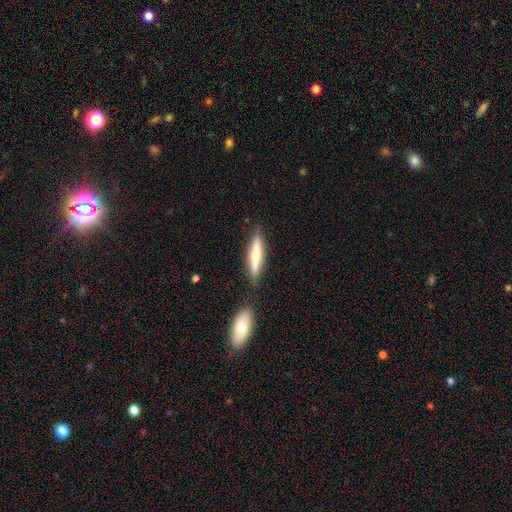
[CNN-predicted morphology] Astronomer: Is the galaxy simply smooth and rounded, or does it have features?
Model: smooth — 60%.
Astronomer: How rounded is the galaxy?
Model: cigar-shaped — 86%.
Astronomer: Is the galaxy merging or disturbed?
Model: none — 77%.